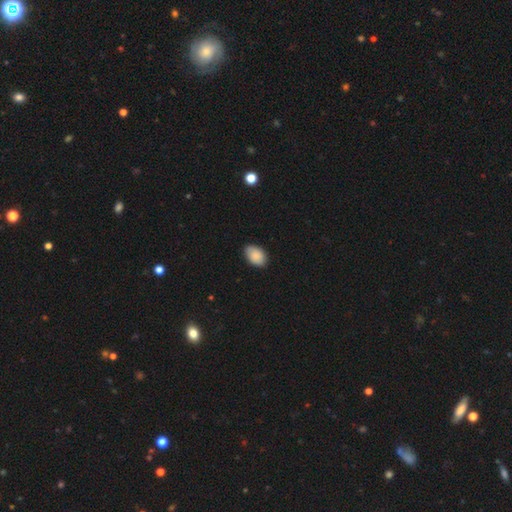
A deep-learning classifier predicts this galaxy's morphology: Smooth or featured: smooth — 88% (star or artifact — 7%)
How rounded: in between — 88% (round — 11%)
Merging: none — 84% (minor disturbance — 13%)